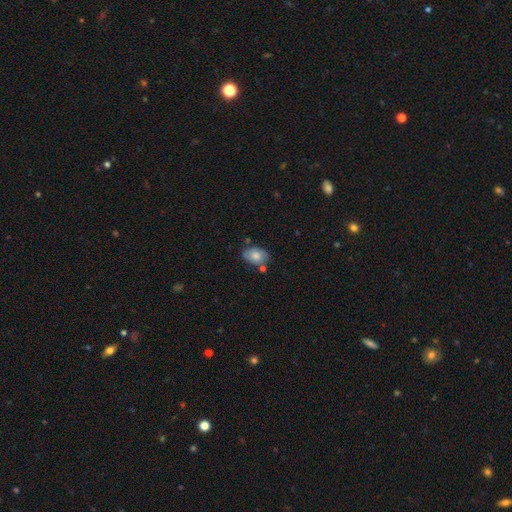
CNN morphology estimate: Smooth or featured?
  - smooth: 68% *
  - featured or disk: 24%
  - star or artifact: 8%
How rounded?
  - in between: 85% *
  - round: 14%
  - cigar-shaped: 1%
Merging?
  - none: 64% *
  - minor disturbance: 21%
  - merger: 10%
  - major disturbance: 5%